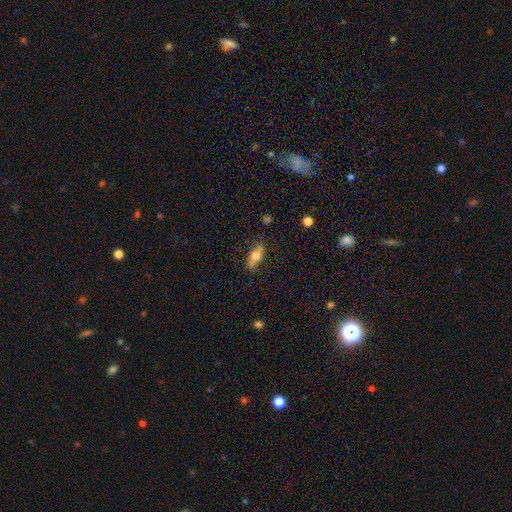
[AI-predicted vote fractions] smooth 60%, featured or disk 33%, star or artifact 7%. Down the decision tree: how rounded — in between (70%); merging — none (79%).